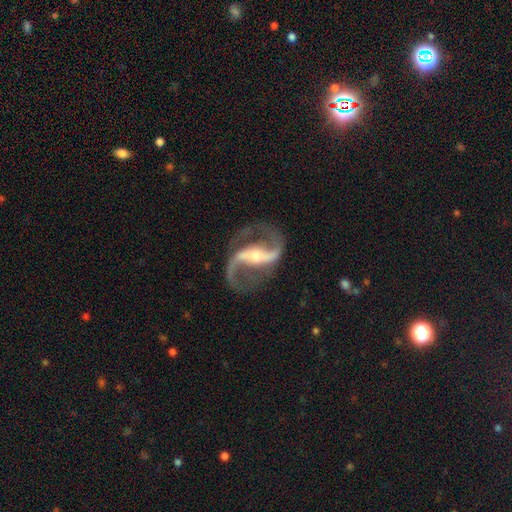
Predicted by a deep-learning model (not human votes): Overall: featured or disk (93%). Edge-on disk: no (97%). Bar: strong (58%; weak 26%). Spiral arms: yes (98%). Spiral arm count: 2 (94%). Spiral winding: loose (49%; medium 43%). Bulge size: small (56%; moderate 38%). Merging: none (80%).